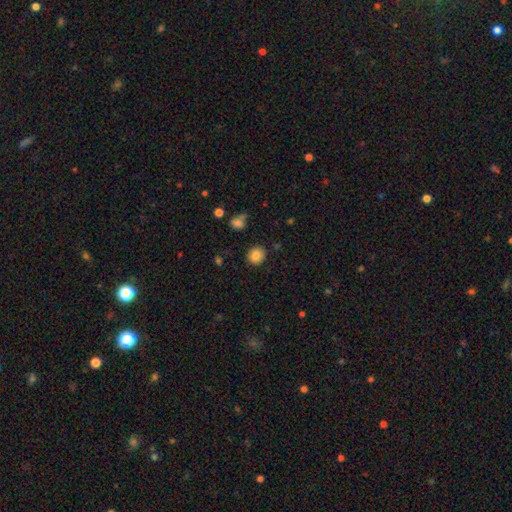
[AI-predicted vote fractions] smooth-or-featured: smooth: 83% | star or artifact: 10% | featured or disk: 7%
  how-rounded: round: 87% | in between: 12% | cigar-shaped: 1%
  merging: none: 87% | minor disturbance: 8% | major disturbance: 2% | merger: 2%